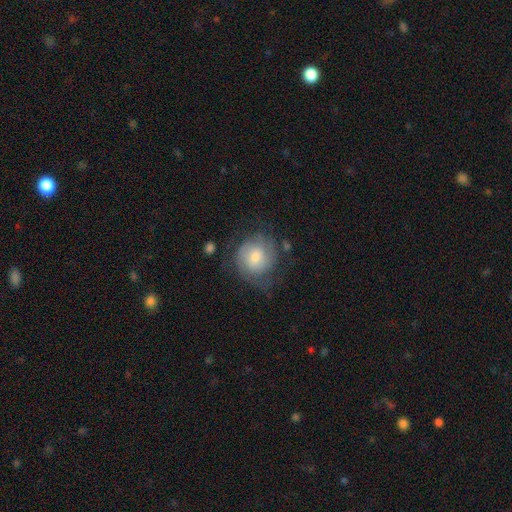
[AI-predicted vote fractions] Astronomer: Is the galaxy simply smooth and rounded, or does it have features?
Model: featured or disk — 50% (runner-up: smooth, 42%).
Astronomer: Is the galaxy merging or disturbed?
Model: none — 60%.